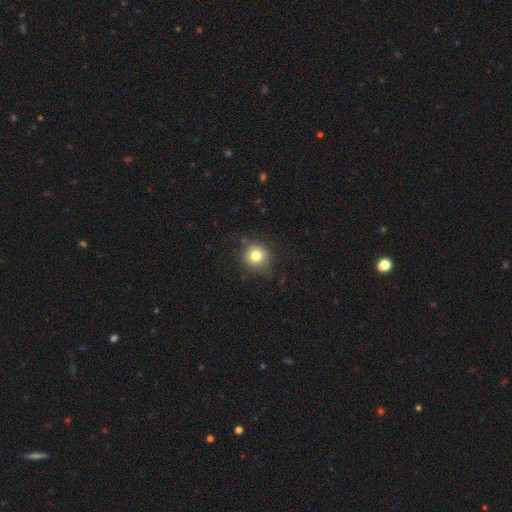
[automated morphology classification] smooth_or_featured: smooth (p=0.80) [alt: star or artifact p=0.12]
how_rounded: round (p=0.91) [alt: in between p=0.08]
merging: none (p=0.79) [alt: minor disturbance p=0.15]